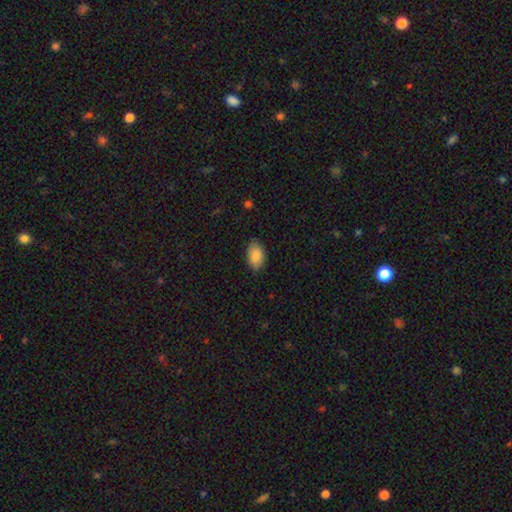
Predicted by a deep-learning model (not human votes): Smooth or featured? Predicted: smooth (p=0.86). How rounded? Predicted: in between (p=0.92). Merging? Predicted: none (p=0.81).